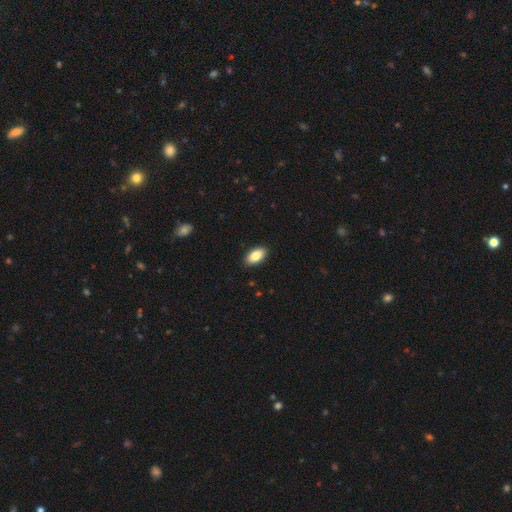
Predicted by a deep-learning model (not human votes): Morphology: type=smooth (84%); roundness=in between (93%); merging=none (90%).